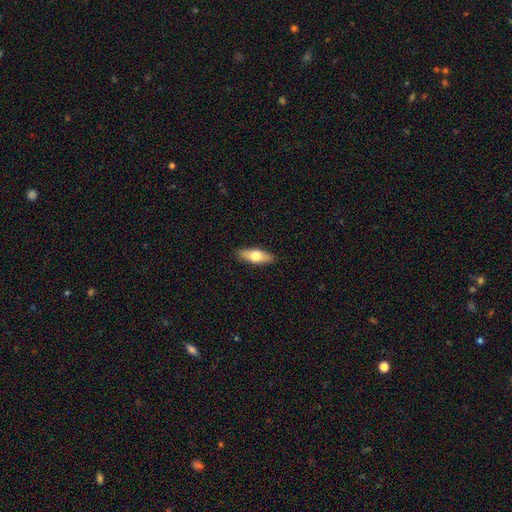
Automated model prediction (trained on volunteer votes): Smooth or featured? Predicted: smooth (p=0.64). How rounded? Predicted: in between (p=0.68). Merging? Predicted: none (p=0.89).